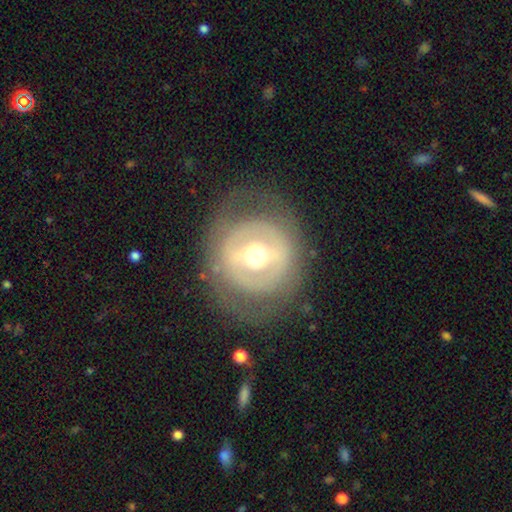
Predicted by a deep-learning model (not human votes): This is likely a featured or disk galaxy (68%). It is clearly not viewed edge-on (94%). Bar: marginally strong (41%). Spiral arm pattern: likely no (72%). Central bulge: likely moderate (73%). Merging: likely none (77%).